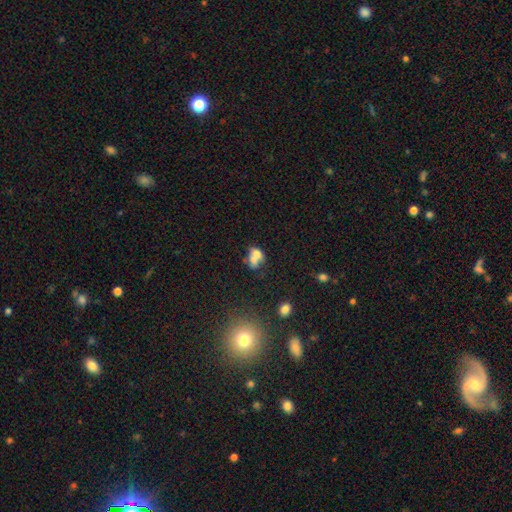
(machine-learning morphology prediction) type=smooth (60%); roundness=in between (66%); merging=merger (61%).